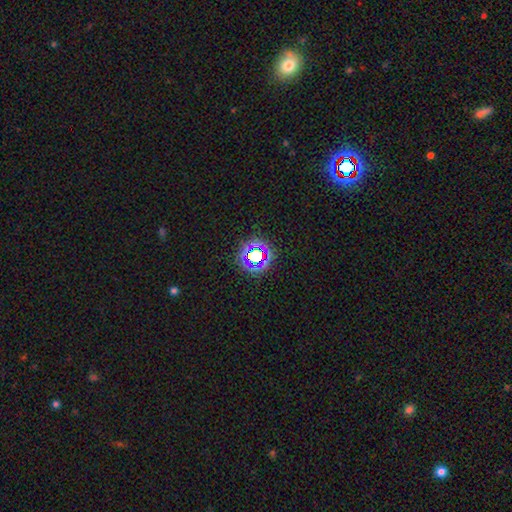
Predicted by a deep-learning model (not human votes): Q: Smooth or featured?
A: star or artifact (63%); runner-up: smooth (25%)